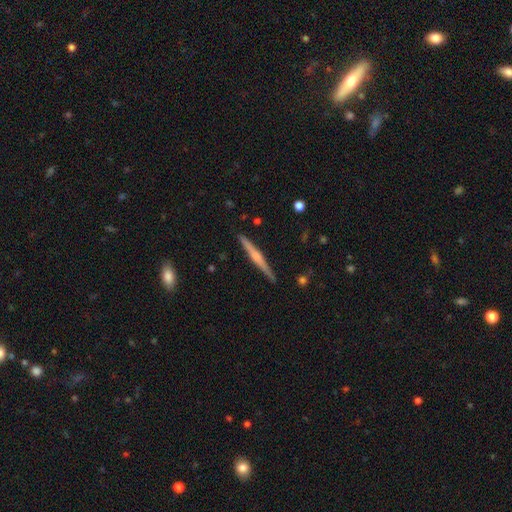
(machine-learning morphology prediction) smooth_or_featured: featured or disk (p=0.69) [alt: smooth p=0.26]
disk_edge_on: yes (p=0.98) [alt: no p=0.02]
edge_on_bulge: rounded (p=0.73) [alt: none p=0.15]
merging: none (p=0.91) [alt: minor disturbance p=0.06]